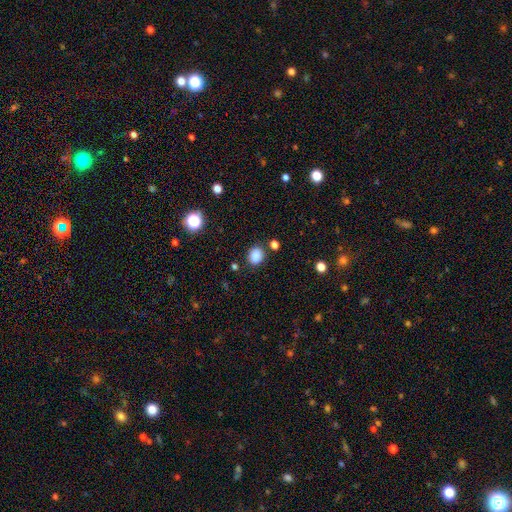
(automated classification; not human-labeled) Smooth or featured: smooth — 85% (star or artifact — 11%)
How rounded: round — 52% (in between — 47%)
Merging: none — 80% (minor disturbance — 12%)